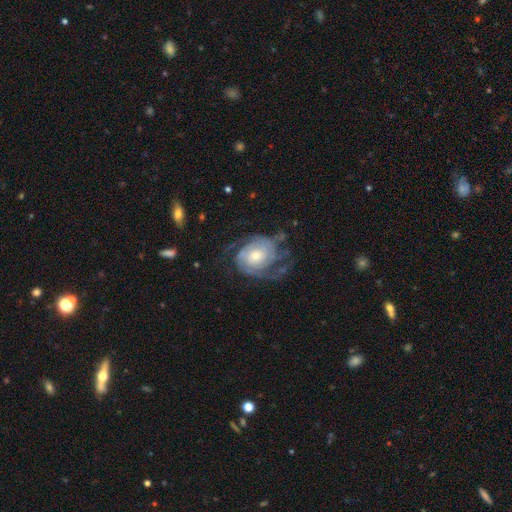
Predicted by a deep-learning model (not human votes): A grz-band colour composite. It shows a featured or disk galaxy (82%) with no bar (75%), 2 (50%) tight (53%) spiral arms (92%) and a moderate central bulge (55%). Merging: none (53%).